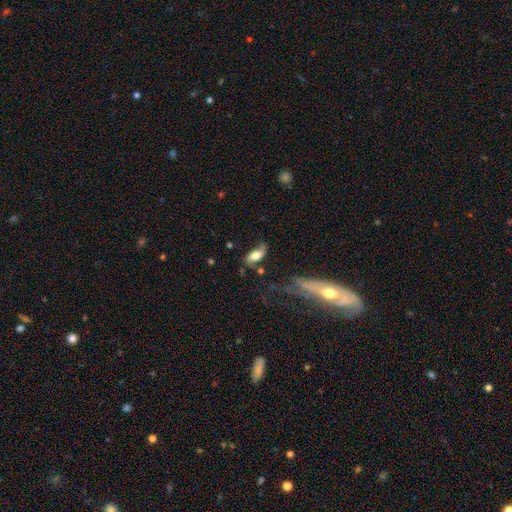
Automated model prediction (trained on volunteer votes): This is possibly a smooth galaxy (50%). How rounded: clearly in between (83%). Merging: possibly none (56%).